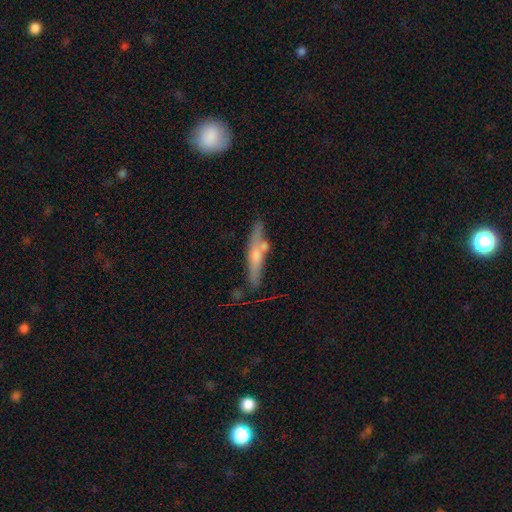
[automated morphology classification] This is possibly a featured or disk galaxy (57%). It is likely viewed edge-on (79%). Merging: likely none (72%).